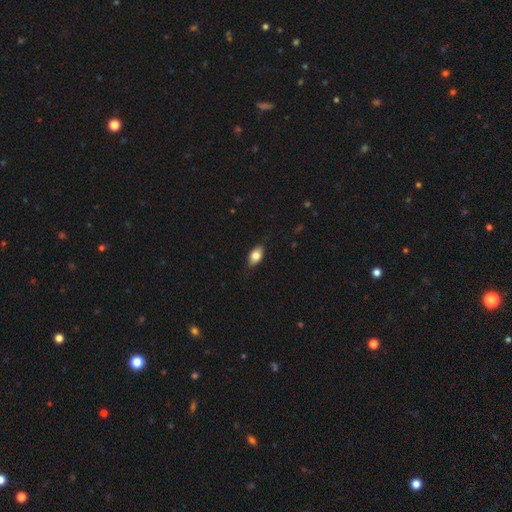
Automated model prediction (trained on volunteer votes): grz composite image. It shows a smooth galaxy with no disk features (82%) that is in between round and cigar-shaped (89%). Merging: none (83%).